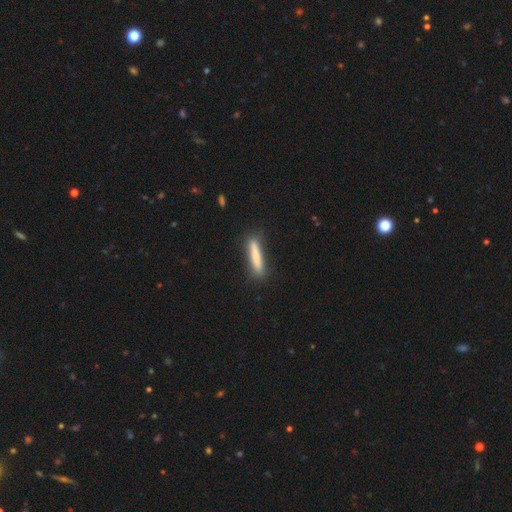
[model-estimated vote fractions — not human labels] Smooth or featured: smooth — 79% (featured or disk — 14%)
How rounded: cigar-shaped — 91% (in between — 7%)
Merging: none — 86% (minor disturbance — 10%)